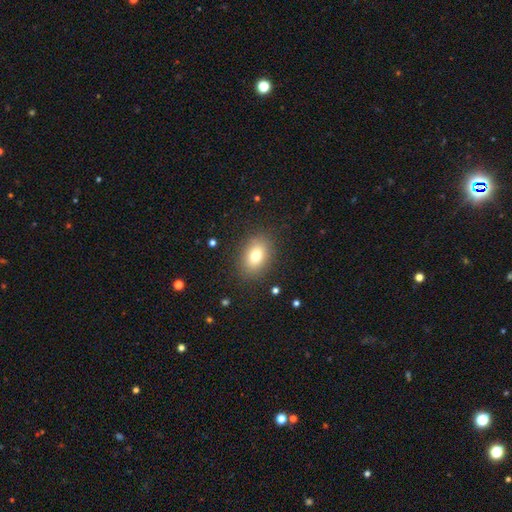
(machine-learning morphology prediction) A smooth galaxy with no disk features (77%) that is in between round and cigar-shaped (75%). Merging: none (86%).